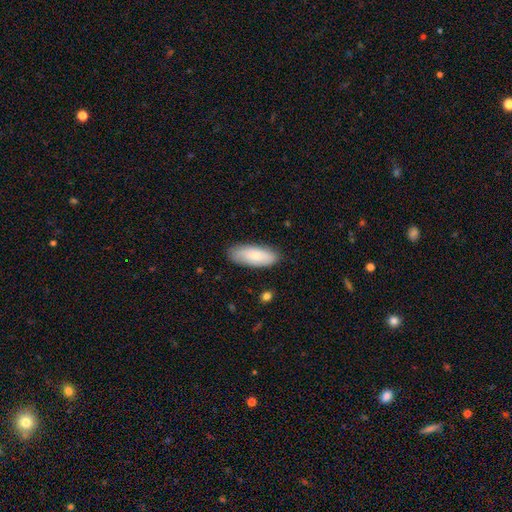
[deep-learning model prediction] This is likely a smooth galaxy (75%). How rounded: likely in between (78%). Merging: clearly none (82%).